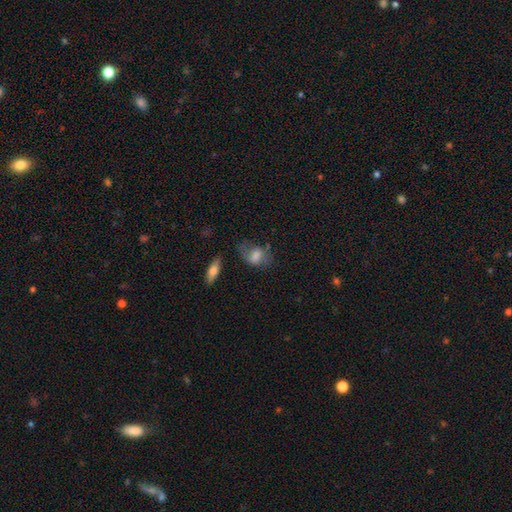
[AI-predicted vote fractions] Smooth or featured? smooth (64%)
How rounded? in between (77%)
Merging? none (52%)